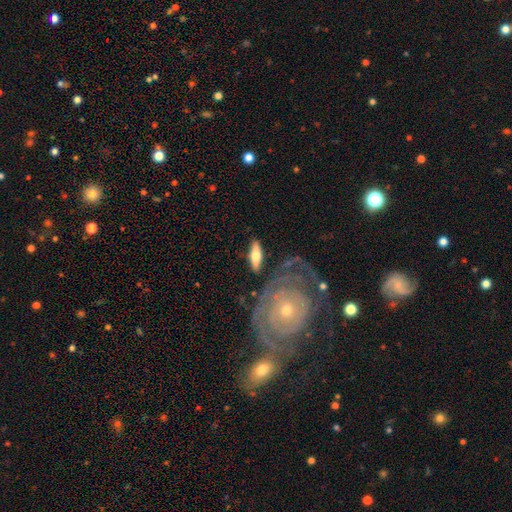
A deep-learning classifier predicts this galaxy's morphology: This appears to be a smooth galaxy with no disk features (52%) that is in between round and cigar-shaped (50%). Merging: none (76%).